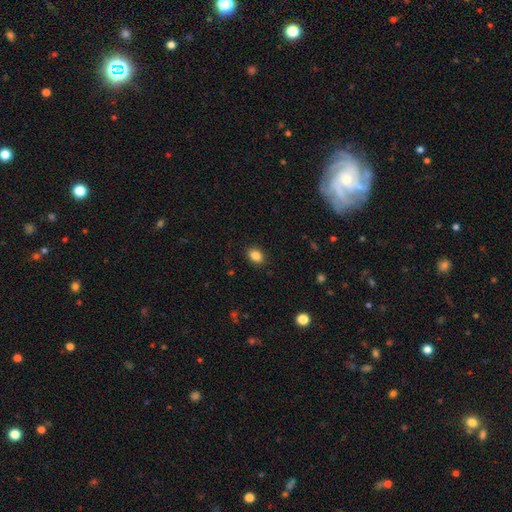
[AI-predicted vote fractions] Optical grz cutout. It shows a smooth galaxy with no disk features (86%) that is in between round and cigar-shaped (76%). Merging: none (89%).